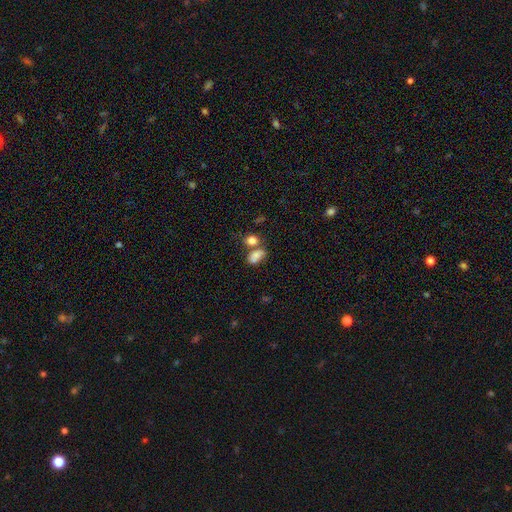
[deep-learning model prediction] smooth_or_featured: smooth (p=0.78) [alt: star or artifact p=0.11]
how_rounded: in between (p=0.82) [alt: round p=0.16]
merging: merger (p=0.38) [tied with: none p=0.38]